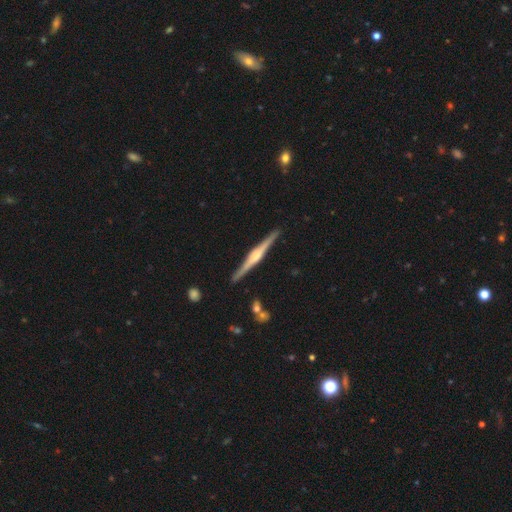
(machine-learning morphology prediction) A featured or disk galaxy (81%) viewed edge-on (98%) with a rounded central bulge (71%).

Vote fractions:
- Smooth or featured? featured or disk: 81% / smooth: 14% / star or artifact: 5%
- Edge-on disk? yes: 98% / no: 2%
- Edge-on bulge? rounded: 71% / boxy: 22% / none: 7%
- Merging? none: 91% / minor disturbance: 6% / merger: 1% / major disturbance: 1%